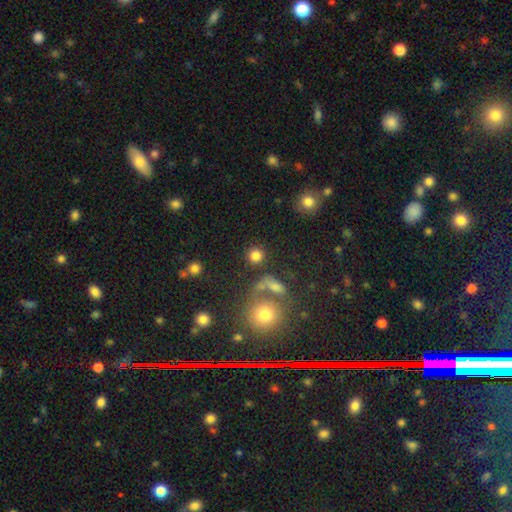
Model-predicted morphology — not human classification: Overall: smooth (80%). How rounded: round (90%). Merging: none (77%).